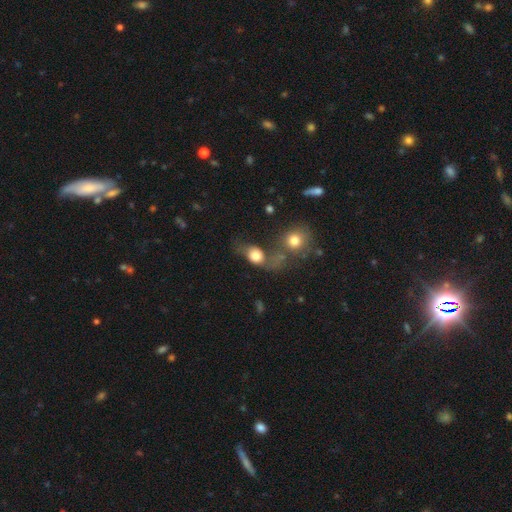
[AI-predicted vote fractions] Q: Smooth or featured?
A: smooth (74%); runner-up: featured or disk (17%)
Q: How rounded?
A: in between (56%); runner-up: round (41%)
Q: Merging?
A: merger (33%); tied with: none (33%)